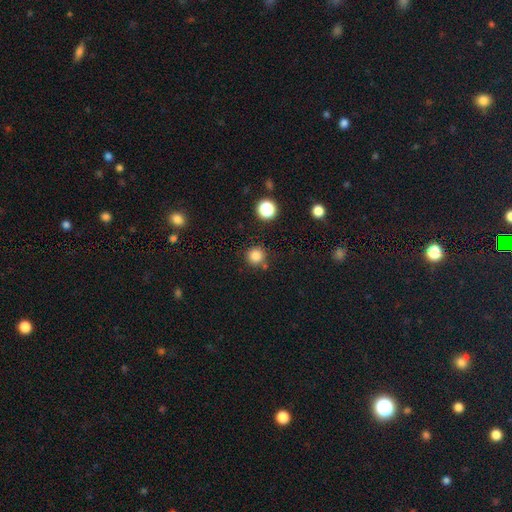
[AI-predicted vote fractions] smooth 83%, star or artifact 13%, featured or disk 4%. Down the decision tree: how rounded — round (95%); merging — none (82%).